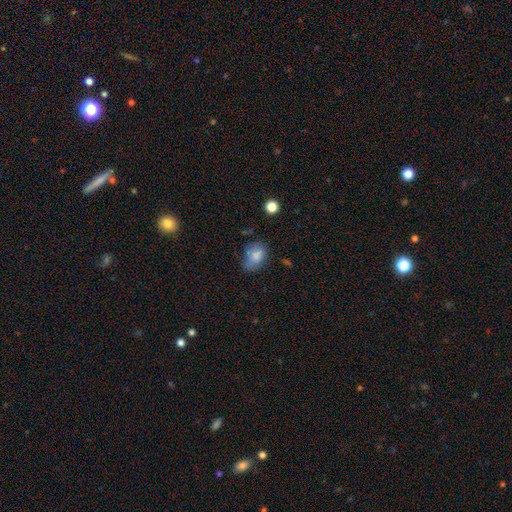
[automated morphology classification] A smooth galaxy with no disk features (82%) that is in between round and cigar-shaped (81%). Merging: none (59%).